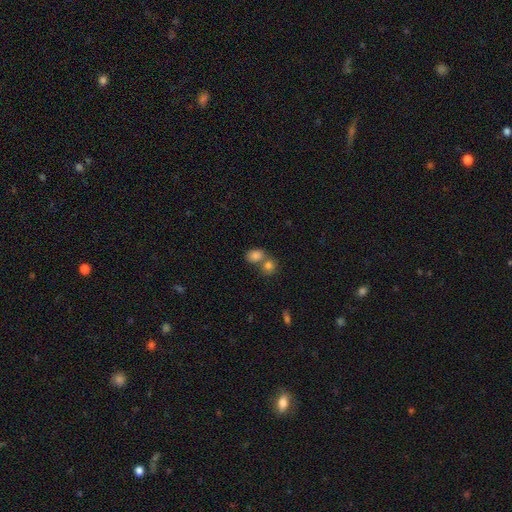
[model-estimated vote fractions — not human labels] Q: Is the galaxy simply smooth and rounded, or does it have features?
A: smooth — 81%.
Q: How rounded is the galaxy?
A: in between — 60%.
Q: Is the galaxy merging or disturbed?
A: merger — 48%.